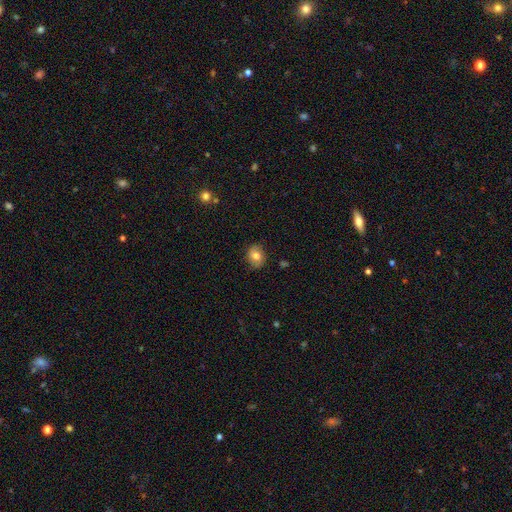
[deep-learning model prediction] smooth 71%, featured or disk 20%, star or artifact 9%. Down the decision tree: how rounded — round (58%); merging — none (82%).